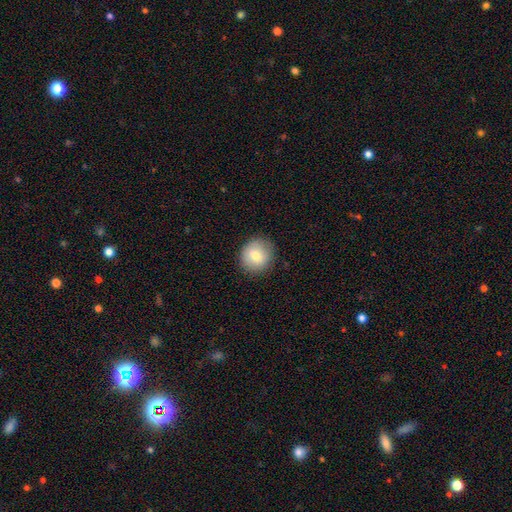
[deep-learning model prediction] A smooth galaxy with no disk features (76%) that is round (86%).

Vote fractions:
- Smooth or featured? smooth: 76% / featured or disk: 15% / star or artifact: 9%
- How rounded? round: 86% / in between: 13% / cigar-shaped: 1%
- Merging? none: 87% / minor disturbance: 10% / major disturbance: 3% / merger: 1%